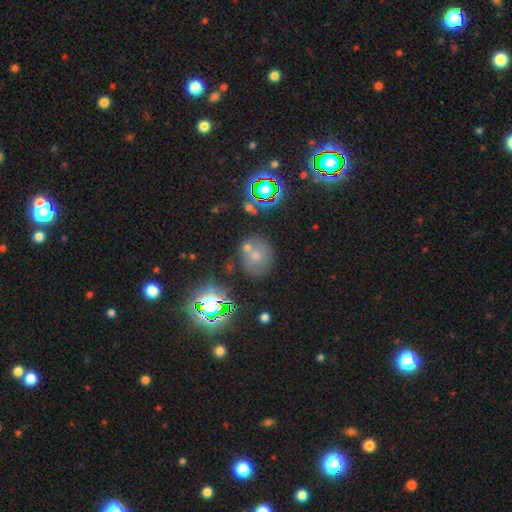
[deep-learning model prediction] The model was most divided on "smooth or featured": smooth: 47%, star or artifact: 37%, featured or disk: 16%. More confident: merging — none (70%).